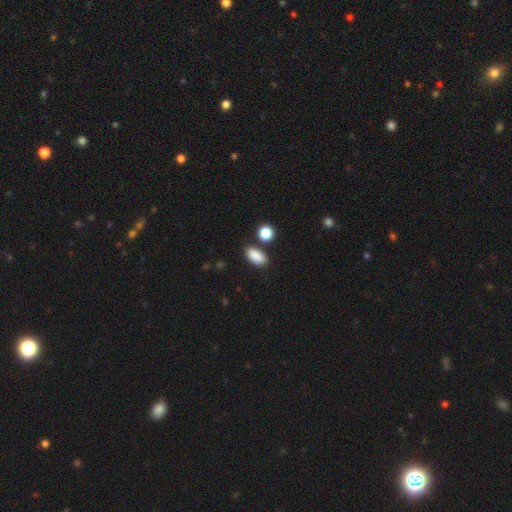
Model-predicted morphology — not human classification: smooth_or_featured: smooth (p=0.88) [alt: star or artifact p=0.08]
how_rounded: in between (p=0.90) [alt: round p=0.06]
merging: none (p=0.79) [alt: minor disturbance p=0.11]